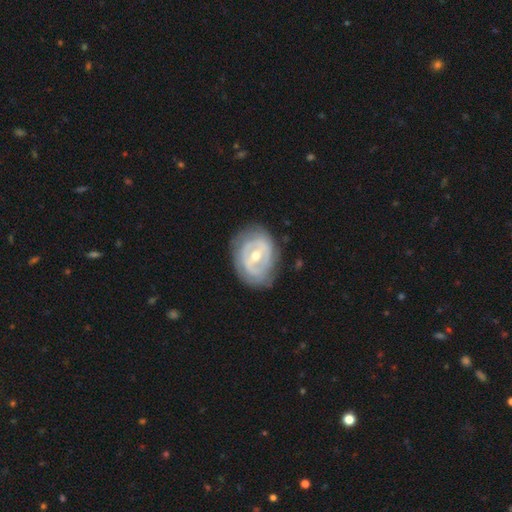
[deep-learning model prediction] This appears to be a featured or disk galaxy (76%) with a weak bar (42%), spiral arms (58%) and a moderate central bulge (66%). Merging: none (75%).